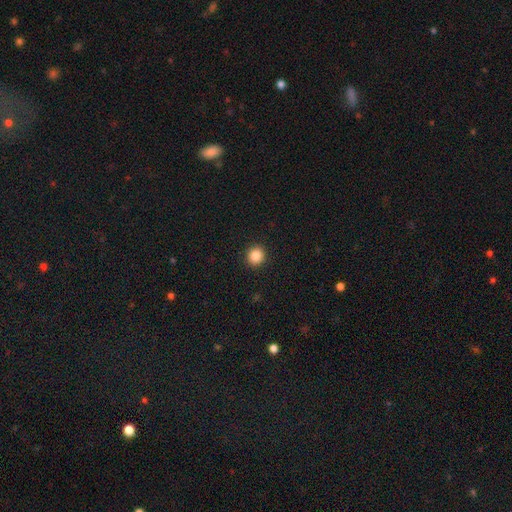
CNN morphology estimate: Smooth or featured? Predicted: smooth (p=0.86). How rounded? Predicted: round (p=0.90). Merging? Predicted: none (p=0.92).